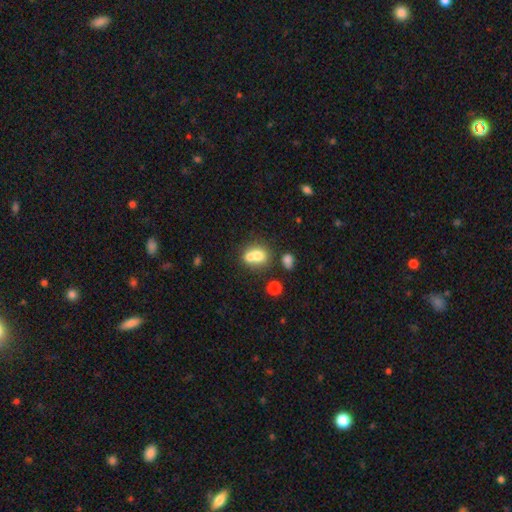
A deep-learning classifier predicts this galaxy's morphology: smooth-or-featured: smooth: 69% | featured or disk: 20% | star or artifact: 11%
  how-rounded: round: 55% | in between: 44% | cigar-shaped: 1%
  merging: merger: 61% | none: 26% | minor disturbance: 8% | major disturbance: 5%